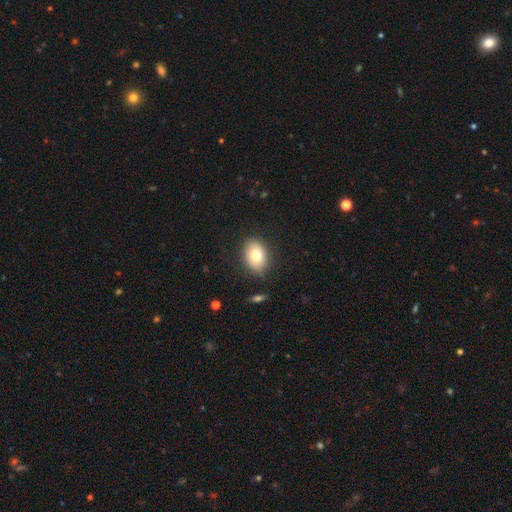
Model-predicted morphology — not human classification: This is likely a smooth galaxy (77%). How rounded: likely in between (70%). Merging: clearly none (86%).